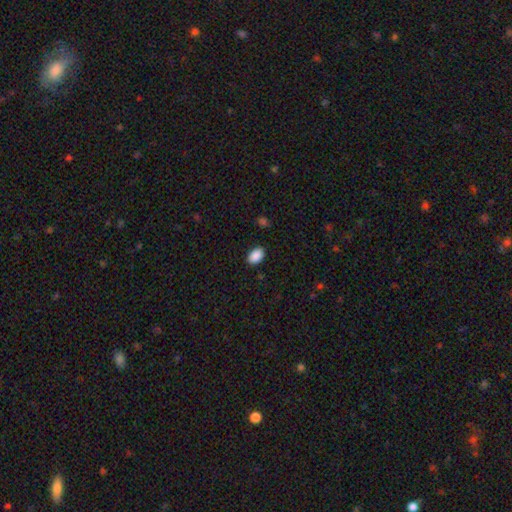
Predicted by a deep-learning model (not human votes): smooth_or_featured: smooth (p=0.90) [alt: star or artifact p=0.07]
how_rounded: in between (p=0.90) [alt: round p=0.09]
merging: none (p=0.88) [alt: minor disturbance p=0.09]